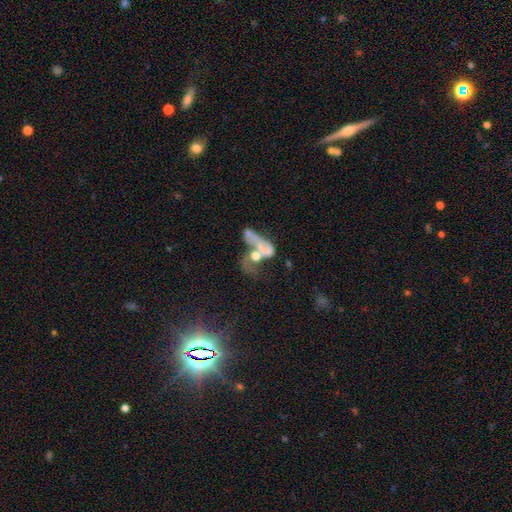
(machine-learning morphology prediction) Q: Smooth or featured?
A: featured or disk (57%); runner-up: smooth (29%)
Q: Edge-on disk?
A: no (95%); runner-up: yes (5%)
Q: Bar?
A: no (80%); runner-up: weak (16%)
Q: Spiral arms?
A: no (61%); runner-up: yes (39%)
Q: Bulge size?
A: moderate (38%); runner-up: none (28%)
Q: Merging?
A: merger (60%); runner-up: major disturbance (23%)